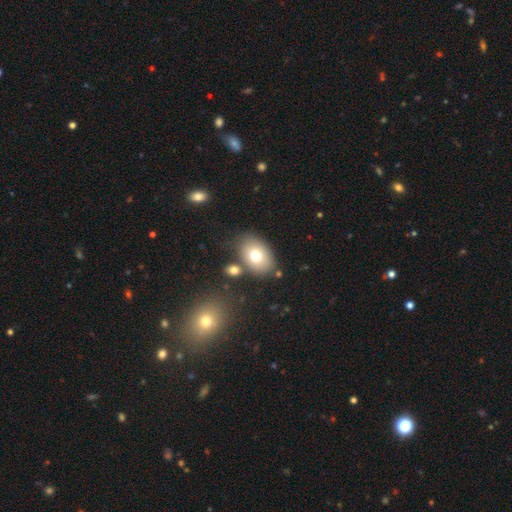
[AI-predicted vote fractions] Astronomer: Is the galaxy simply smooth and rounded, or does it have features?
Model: smooth — 74%.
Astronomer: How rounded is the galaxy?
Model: in between — 83%.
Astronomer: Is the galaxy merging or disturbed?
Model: none — 73%.